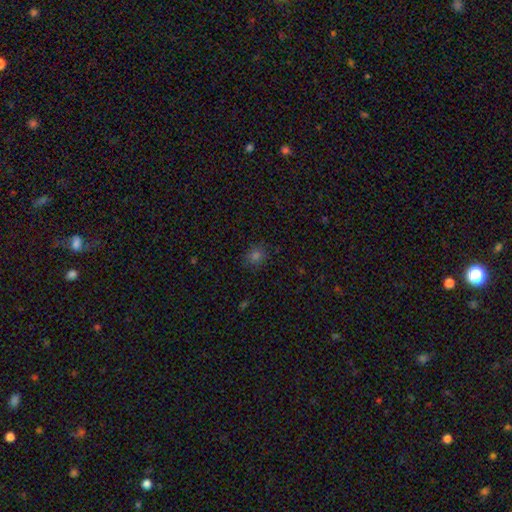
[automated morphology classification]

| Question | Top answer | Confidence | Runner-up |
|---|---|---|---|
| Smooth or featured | smooth | 73% | star or artifact (22%) |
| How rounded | round | 83% | in between (16%) |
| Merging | none | 87% | minor disturbance (9%) |